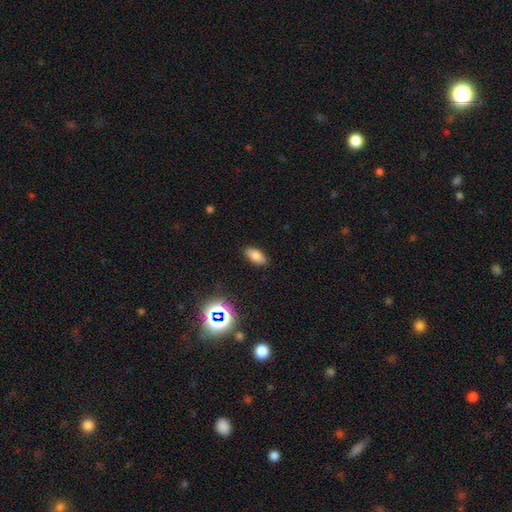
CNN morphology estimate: A smooth galaxy with no disk features (79%) that is in between round and cigar-shaped (91%). Merging: none (87%).